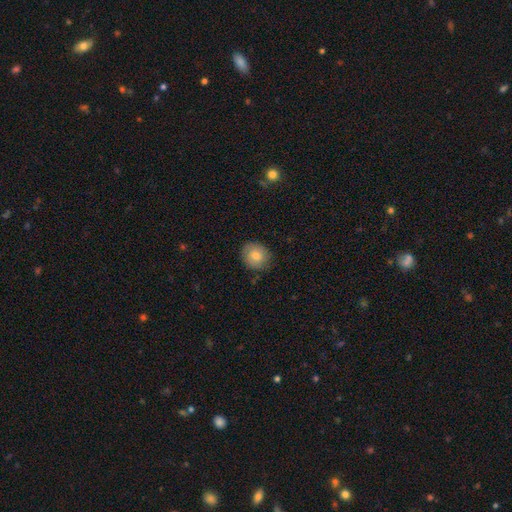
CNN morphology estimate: smooth-or-featured: smooth: 78% | featured or disk: 14% | star or artifact: 8%
  how-rounded: round: 79% | in between: 20% | cigar-shaped: 1%
  merging: none: 82% | minor disturbance: 14% | major disturbance: 3% | merger: 1%